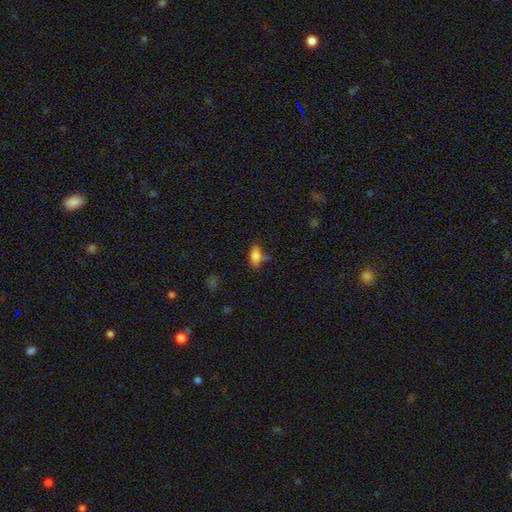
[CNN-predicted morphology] This appears to be a smooth galaxy with no disk features (76%) that is in between round and cigar-shaped (84%). Merging: none (47%).